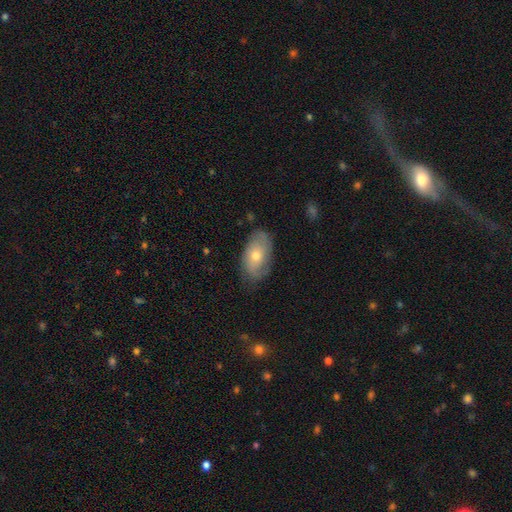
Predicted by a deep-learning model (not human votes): This appears to be a smooth galaxy with no disk features (55%) that is in between round and cigar-shaped (92%). Merging: none (73%).